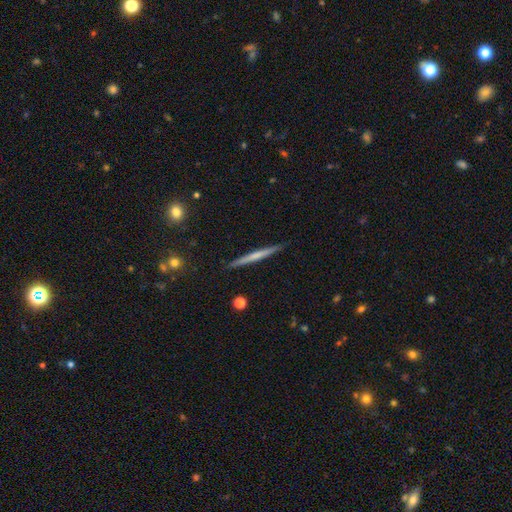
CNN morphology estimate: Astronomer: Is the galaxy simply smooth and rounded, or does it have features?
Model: featured or disk — 48% (runner-up: smooth, 46%).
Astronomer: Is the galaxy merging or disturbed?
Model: none — 91%.